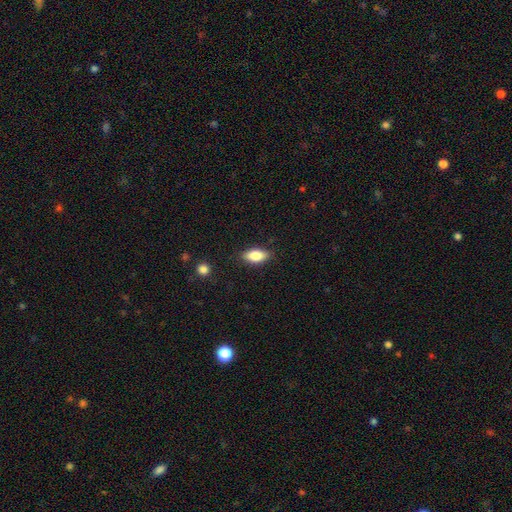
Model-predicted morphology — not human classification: smooth 82%, featured or disk 11%, star or artifact 7%. Down the decision tree: how rounded — in between (87%); merging — none (85%).